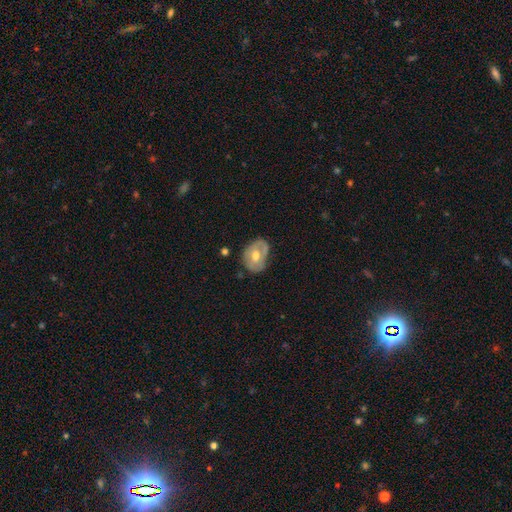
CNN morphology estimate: featured or disk 57%, smooth 36%, star or artifact 6%. Down the decision tree: edge-on disk — no (95%); bar — no (60%); spiral arms — no (56%); bulge size — moderate (76%); merging — none (60%).